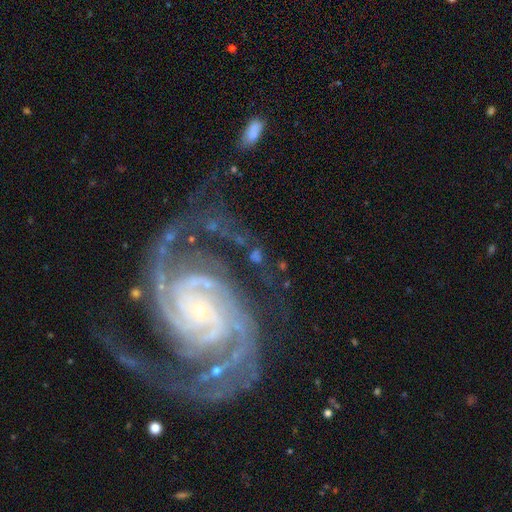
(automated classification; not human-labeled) Smooth or featured? featured or disk (86%)
Edge-on disk? no (97%)
Bar? no (63%)
Spiral arms? yes (97%)
Spiral winding? tight (60%)
Spiral arm count? 2 (33%)
Bulge size? small (83%)
Merging? none (61%)